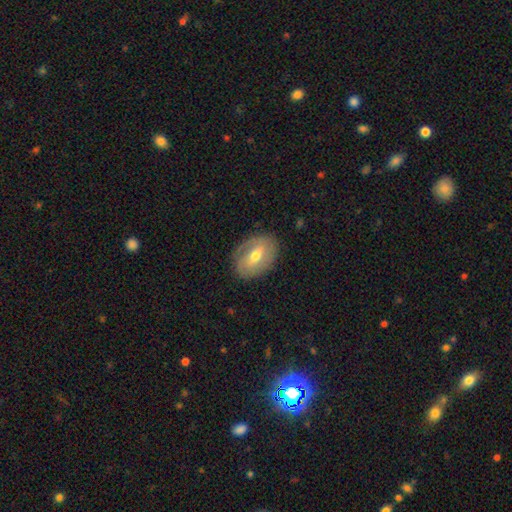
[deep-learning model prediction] smooth-or-featured: featured or disk: 55% | smooth: 38% | star or artifact: 7%
  disk-edge-on: no: 91% | yes: 9%
    bar: weak: 45% | strong: 29% | no: 26%
    has-spiral-arms: yes: 55% | no: 45%
    bulge-size: moderate: 66% | small: 29% | large: 4% | none: 1% | dominant: 1%
  merging: none: 80% | minor disturbance: 14% | major disturbance: 5% | merger: 1%